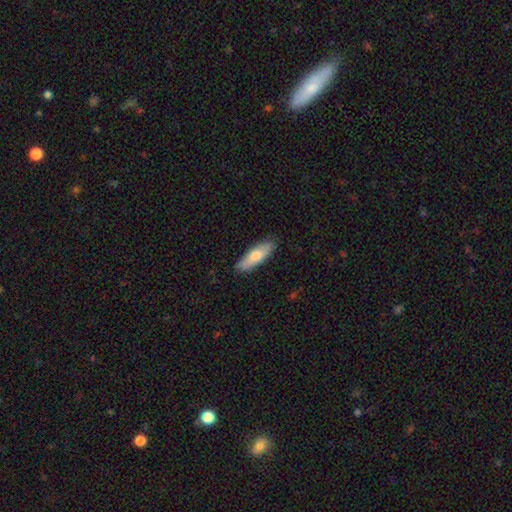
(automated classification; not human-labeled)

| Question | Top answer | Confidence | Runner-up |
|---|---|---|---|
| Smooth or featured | smooth | 69% | featured or disk (26%) |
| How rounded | in between | 49% | tied: cigar-shaped (49%) |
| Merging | none | 83% | minor disturbance (14%) |